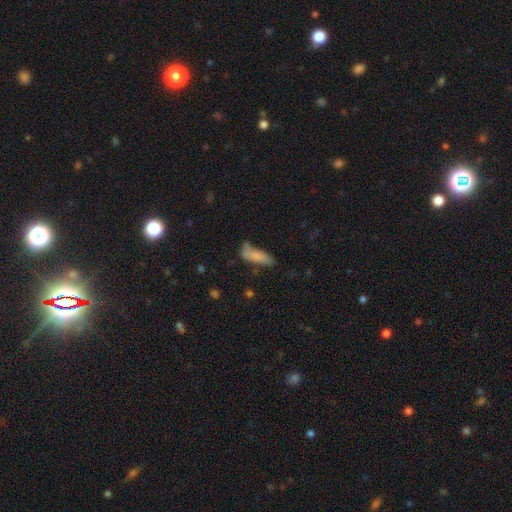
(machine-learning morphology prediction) smooth-or-featured: smooth: 76% | featured or disk: 16% | star or artifact: 8%
  how-rounded: cigar-shaped: 50% | in between: 48% | round: 2%
  merging: none: 50% | minor disturbance: 28% | merger: 12% | major disturbance: 11%